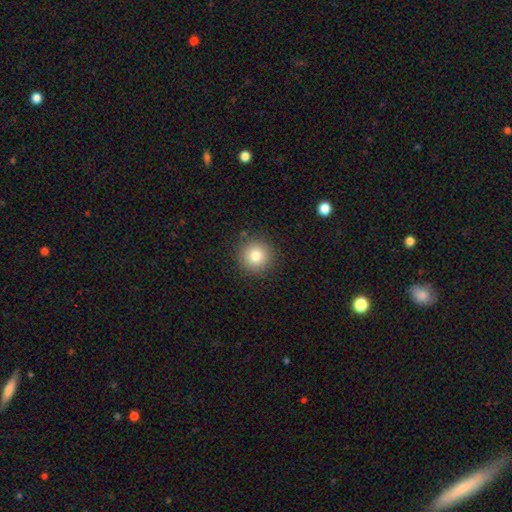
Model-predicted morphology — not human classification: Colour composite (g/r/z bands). It shows a smooth galaxy with no disk features (81%) that is round (95%). Merging: none (90%).